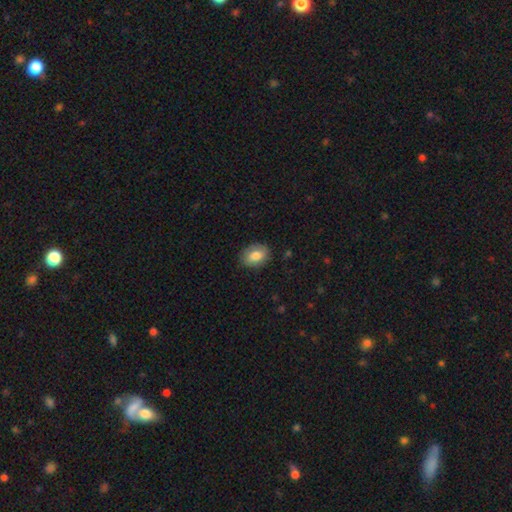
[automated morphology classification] A smooth galaxy with no disk features (82%) that is in between round and cigar-shaped (78%). Merging: none (84%).